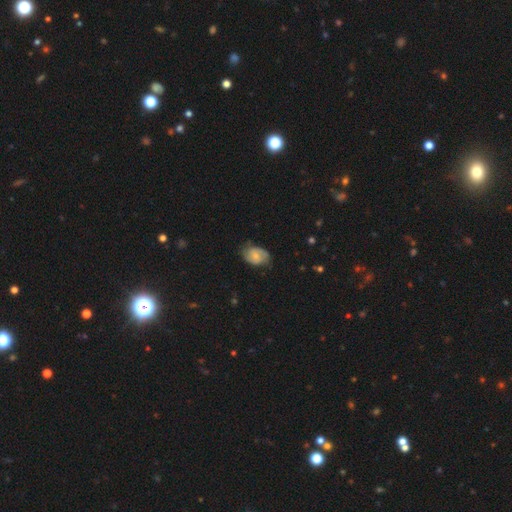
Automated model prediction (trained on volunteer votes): smooth 48%, featured or disk 45%, star or artifact 7%. Down the decision tree: merging — none (63%).